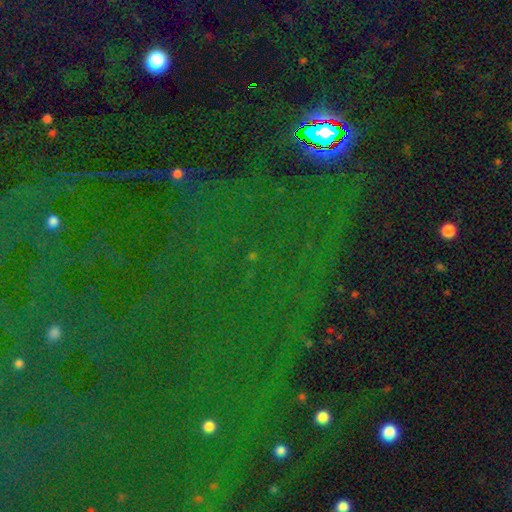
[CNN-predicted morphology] Overall: star or artifact (83%).